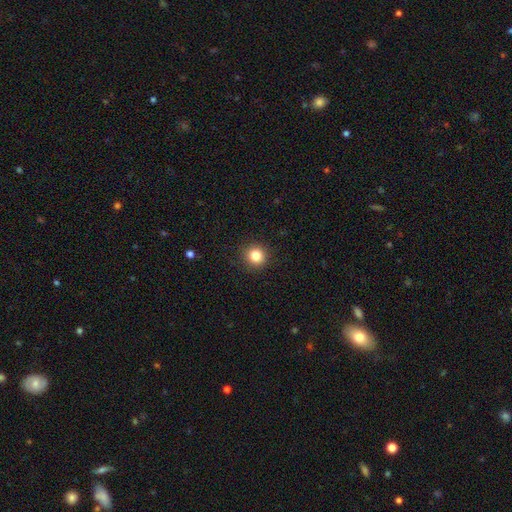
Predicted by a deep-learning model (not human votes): Overall: smooth (83%). How rounded: round (92%). Merging: none (91%).